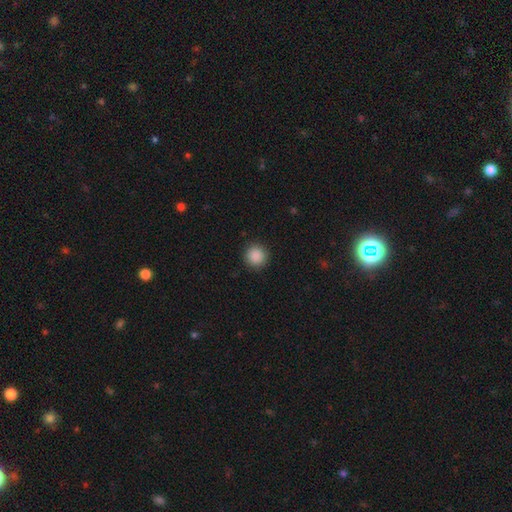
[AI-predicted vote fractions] smooth_or_featured: smooth (p=0.89) [alt: star or artifact p=0.09]
how_rounded: round (p=0.93) [alt: in between p=0.06]
merging: none (p=0.91) [alt: minor disturbance p=0.06]